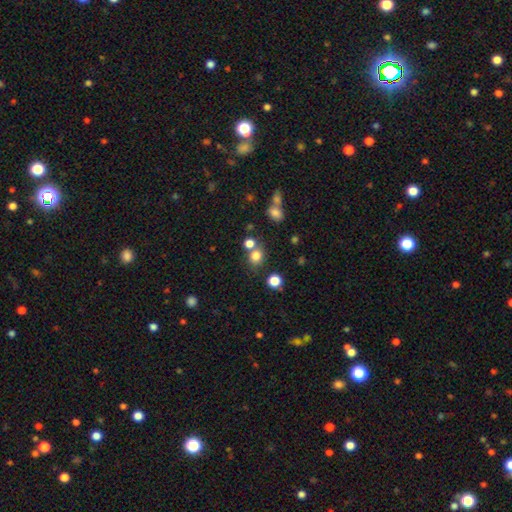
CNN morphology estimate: A smooth galaxy with no disk features (77%) that is round (77%). Merging: none (63%).